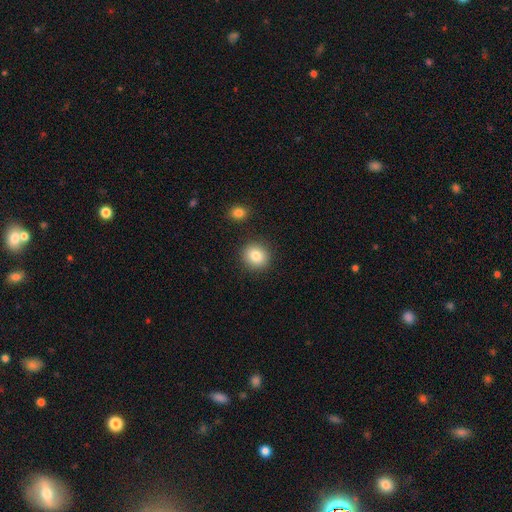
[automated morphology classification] Smooth or featured? Predicted: smooth (p=0.83). How rounded? Predicted: round (p=0.86). Merging? Predicted: none (p=0.88).